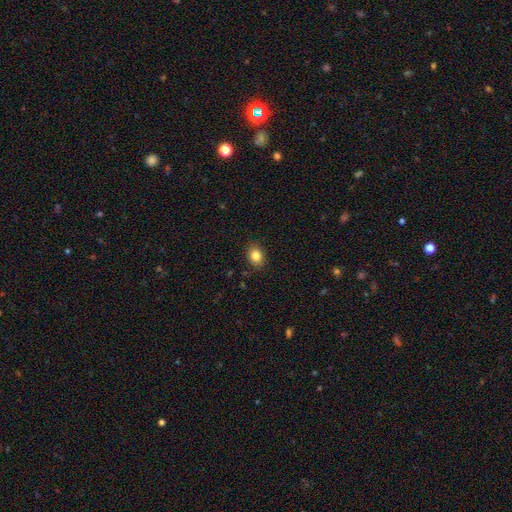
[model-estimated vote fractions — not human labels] Smooth or featured?
  - smooth: 84% *
  - star or artifact: 10%
  - featured or disk: 6%
How rounded?
  - in between: 54% *
  - round: 45%
  - cigar-shaped: 1%
Merging?
  - none: 87% *
  - minor disturbance: 9%
  - major disturbance: 2%
  - merger: 1%